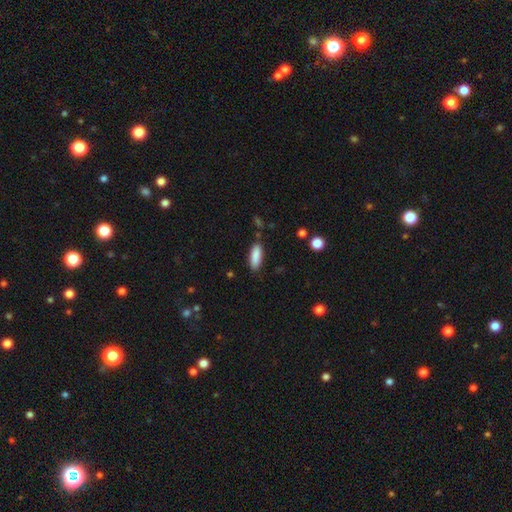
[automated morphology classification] Q: Smooth or featured?
A: smooth (88%); runner-up: star or artifact (6%)
Q: How rounded?
A: in between (64%); runner-up: cigar-shaped (34%)
Q: Merging?
A: none (85%); runner-up: minor disturbance (11%)